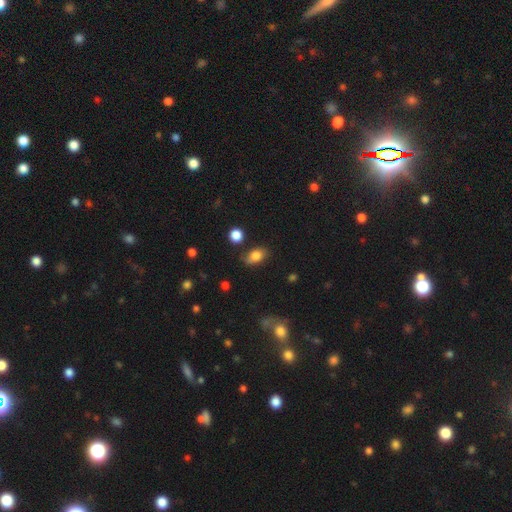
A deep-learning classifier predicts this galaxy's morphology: The model was most divided on "merging": none: 74%, minor disturbance: 17%, merger: 5%, major disturbance: 4%. More confident: how rounded — in between (83%); smooth or featured — smooth (81%).